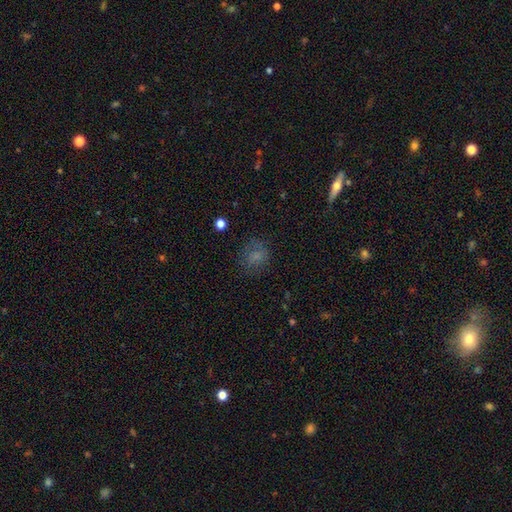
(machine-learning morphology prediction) A smooth galaxy with no disk features (70%) that is round (70%).

Vote fractions:
- Smooth or featured? smooth: 70% / star or artifact: 17% / featured or disk: 14%
- How rounded? round: 70% / in between: 29% / cigar-shaped: 1%
- Merging? none: 71% / minor disturbance: 18% / major disturbance: 9% / merger: 2%